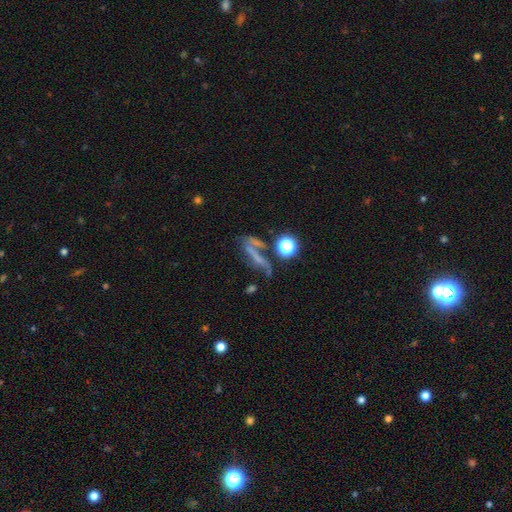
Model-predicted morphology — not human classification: A featured or disk galaxy (42%). Merging: none (39%).